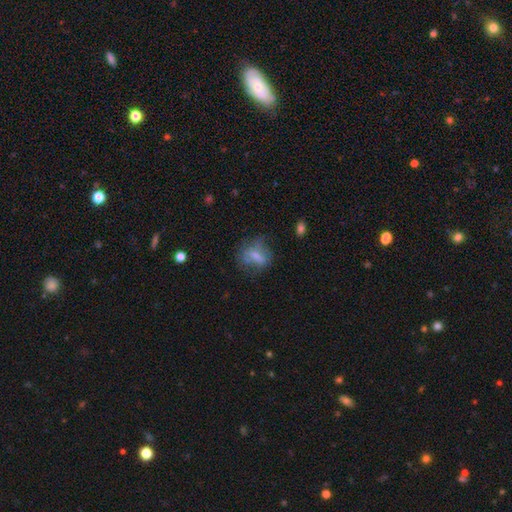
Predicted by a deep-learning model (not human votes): Q: Smooth or featured?
A: smooth (54%); runner-up: featured or disk (34%)
Q: How rounded?
A: in between (57%); runner-up: round (34%)
Q: Merging?
A: none (51%); runner-up: minor disturbance (24%)